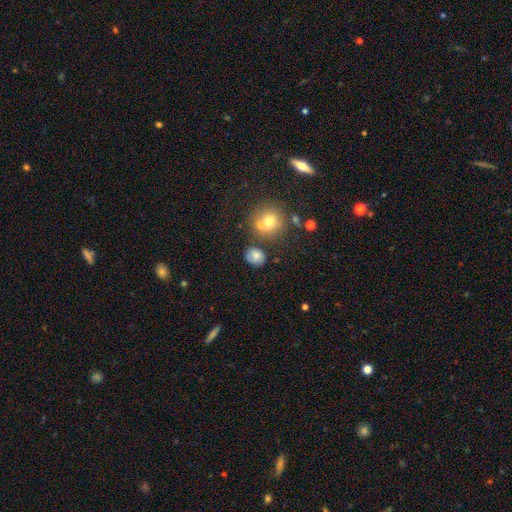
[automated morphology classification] Smooth or featured? Predicted: smooth (p=0.72). How rounded? Predicted: round (p=0.63). Merging? Predicted: none (p=0.71).